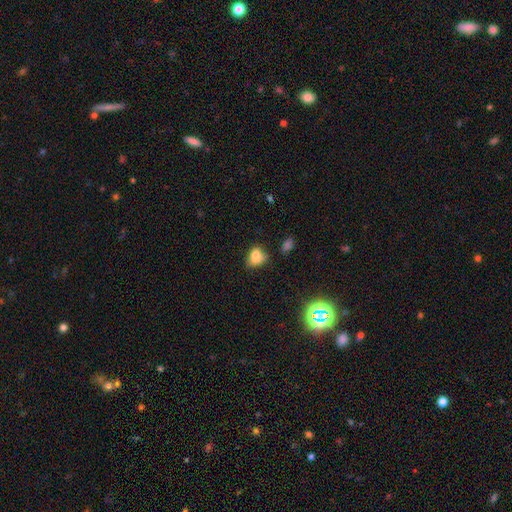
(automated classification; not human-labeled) Smooth or featured? Predicted: smooth (p=0.74). How rounded? Predicted: in between (p=0.63). Merging? Predicted: none (p=0.43).